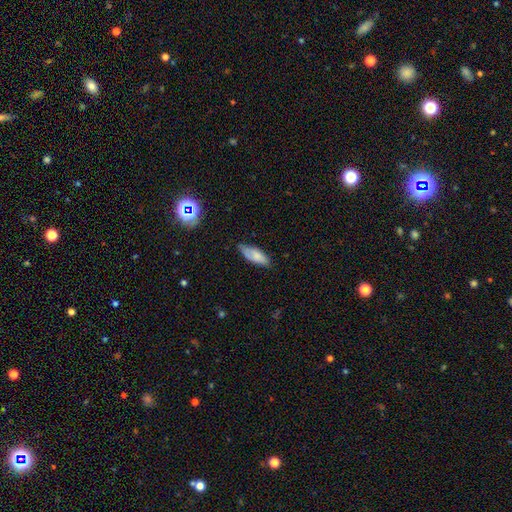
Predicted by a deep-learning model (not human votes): Overall: smooth (77%). How rounded: in between (71%). Merging: none (63%; minor disturbance 30%).